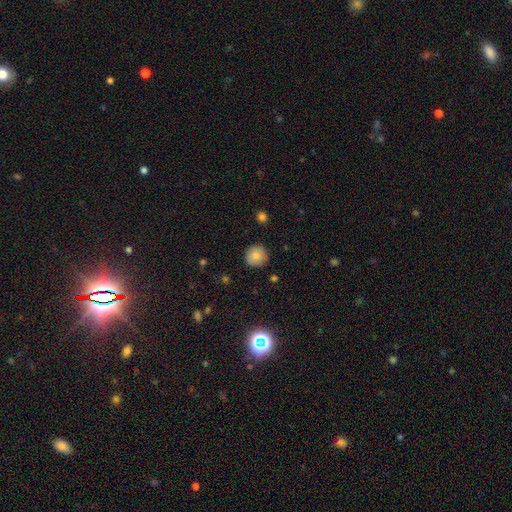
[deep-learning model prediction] A smooth galaxy with no disk features (82%) that is round (94%). Merging: none (88%).